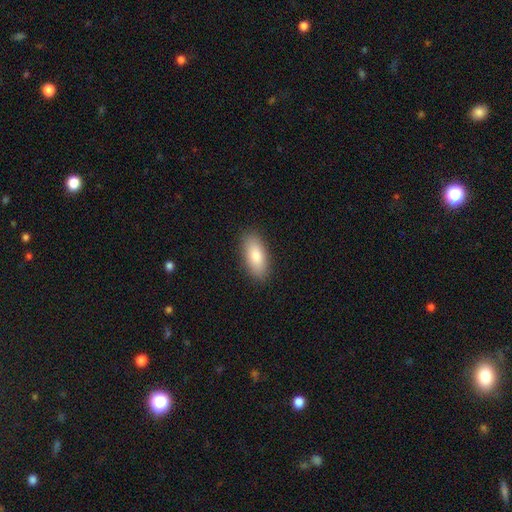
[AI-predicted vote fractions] Q: Smooth or featured?
A: smooth (83%); runner-up: featured or disk (11%)
Q: How rounded?
A: in between (82%); runner-up: cigar-shaped (15%)
Q: Merging?
A: none (89%); runner-up: minor disturbance (8%)